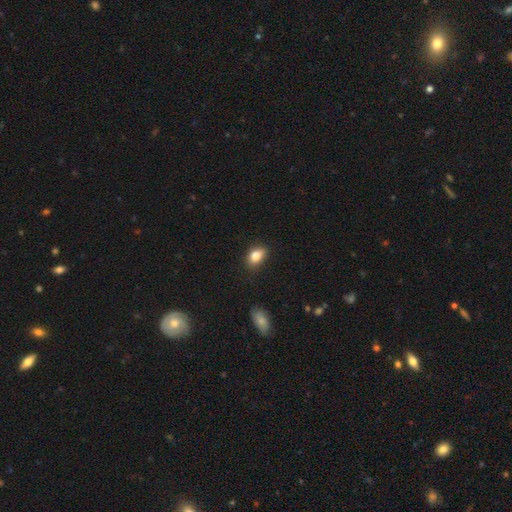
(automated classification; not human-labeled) A smooth galaxy with no disk features (85%) that is in between round and cigar-shaped (81%). Merging: none (75%).